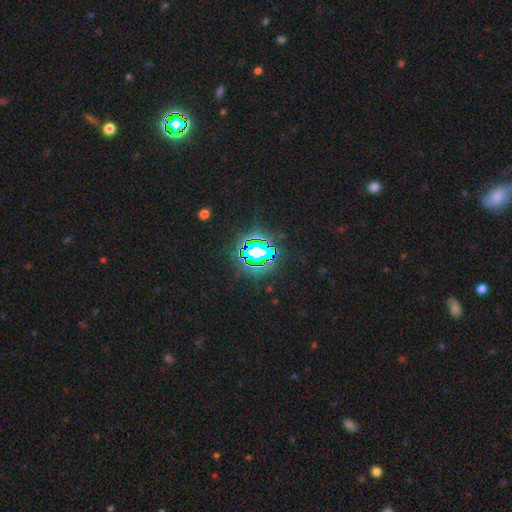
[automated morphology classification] Smooth or featured: star or artifact — 82% (smooth — 12%)